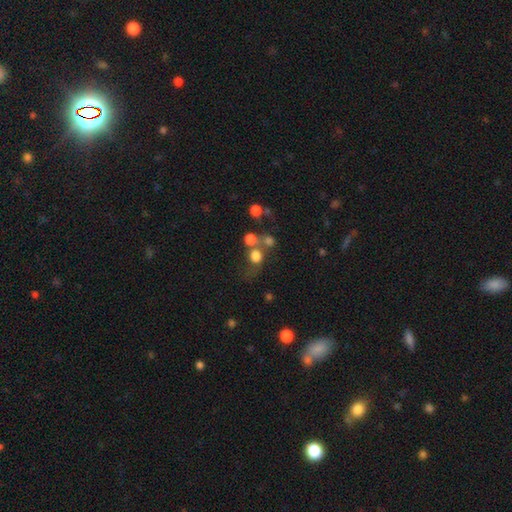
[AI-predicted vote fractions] The model was most divided on "merging": none: 42%, merger: 35%, major disturbance: 12%, minor disturbance: 11%. More confident: how rounded — round (78%); smooth or featured — smooth (71%).